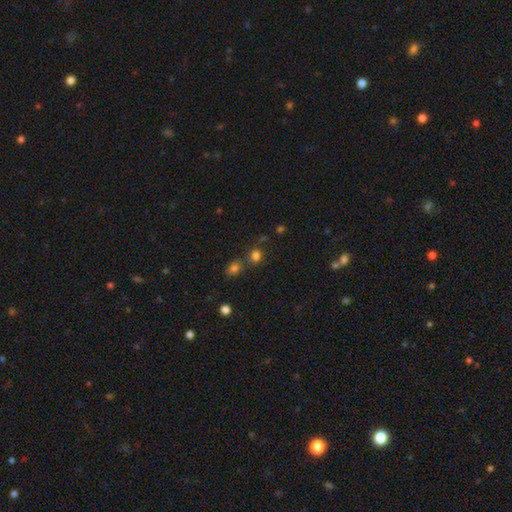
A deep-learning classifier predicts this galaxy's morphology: A smooth galaxy with no disk features (74%) that is round (68%).

Vote fractions:
- Smooth or featured? smooth: 74% / star or artifact: 19% / featured or disk: 6%
- How rounded? round: 68% / in between: 31% / cigar-shaped: 1%
- Merging? none: 59% / merger: 25% / minor disturbance: 11% / major disturbance: 5%